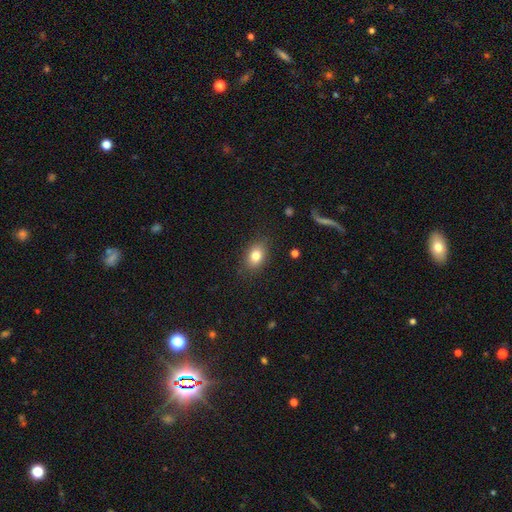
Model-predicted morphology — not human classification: smooth 81%, featured or disk 10%, star or artifact 10%. Down the decision tree: how rounded — in between (74%); merging — none (85%).